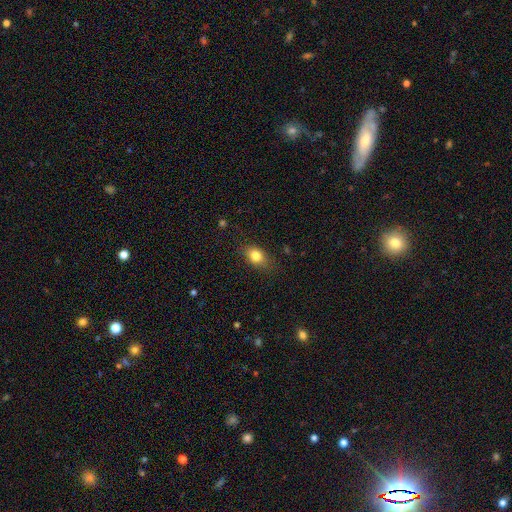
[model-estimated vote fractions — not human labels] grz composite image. It shows a smooth galaxy with no disk features (81%) that is in between round and cigar-shaped (70%). Merging: none (79%).